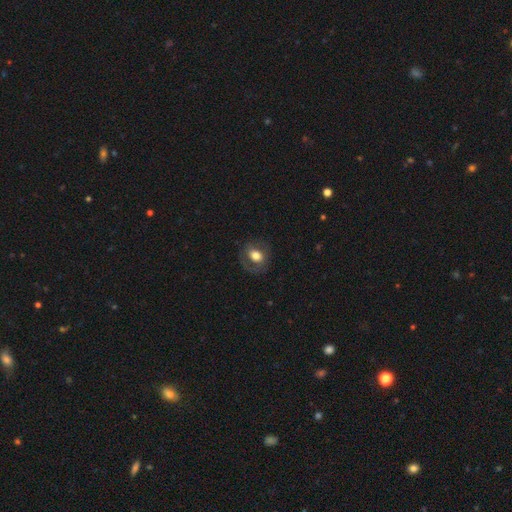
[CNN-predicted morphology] Smooth or featured? smooth (62%)
How rounded? round (51%)
Merging? none (76%)